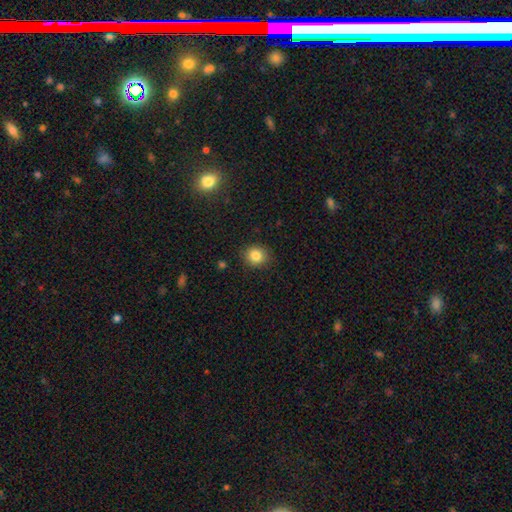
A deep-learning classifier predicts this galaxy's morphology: Smooth or featured?
  - smooth: 84% *
  - star or artifact: 11%
  - featured or disk: 6%
How rounded?
  - round: 79% *
  - in between: 20%
  - cigar-shaped: 1%
Merging?
  - none: 89% *
  - minor disturbance: 8%
  - major disturbance: 2%
  - merger: 1%